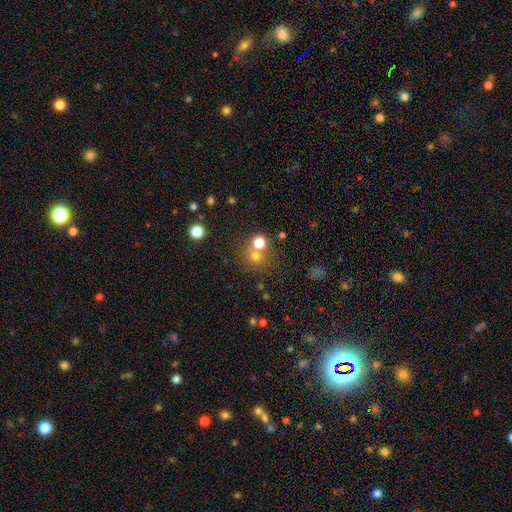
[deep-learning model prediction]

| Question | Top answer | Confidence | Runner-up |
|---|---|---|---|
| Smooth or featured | smooth | 68% | star or artifact (21%) |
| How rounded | round | 86% | in between (13%) |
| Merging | none | 57% | merger (32%) |